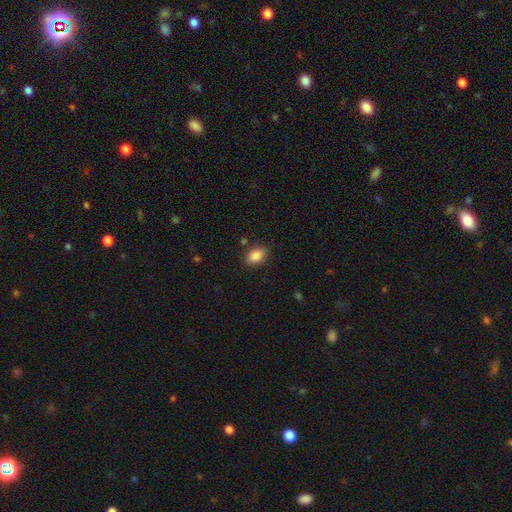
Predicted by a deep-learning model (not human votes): Smooth or featured? smooth (87%)
How rounded? in between (84%)
Merging? none (85%)